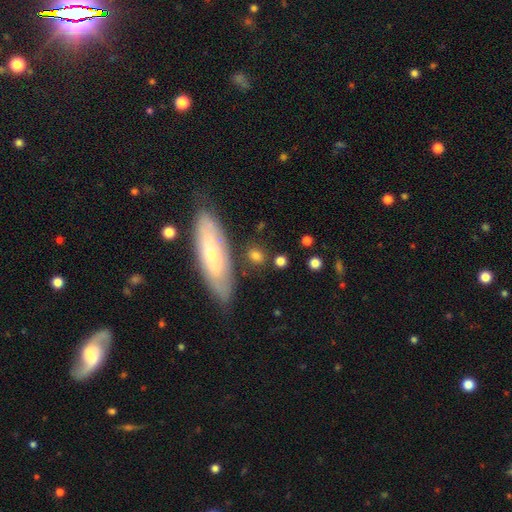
Smooth or featured?
  - smooth: 81% *
  - featured or disk: 16%
  - star or artifact: 3%
How rounded?
  - round: 47% *
  - in between: 30%
  - cigar-shaped: 23%
Merging?
  - none: 83% *
  - minor disturbance: 8%
  - major disturbance: 6%
  - merger: 3%